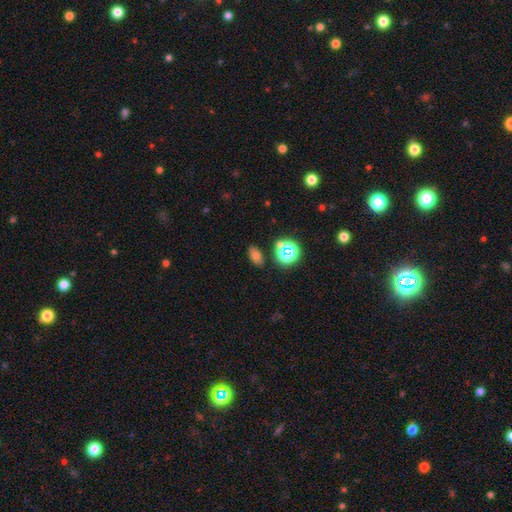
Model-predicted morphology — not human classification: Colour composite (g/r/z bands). It shows a smooth galaxy with no disk features (67%) that is in between round and cigar-shaped (84%). Merging: none (82%).